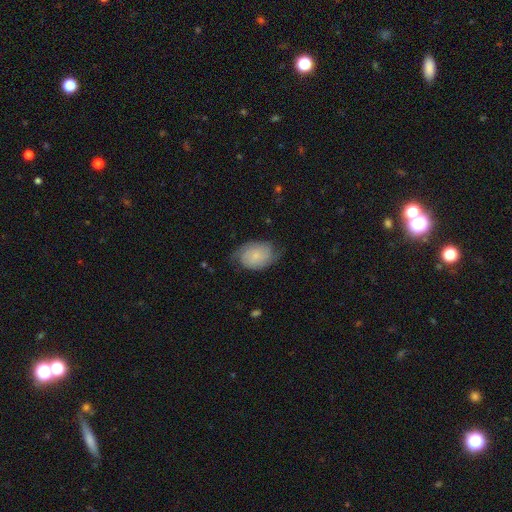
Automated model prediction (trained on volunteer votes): A featured or disk galaxy (48%). Merging: none (63%).